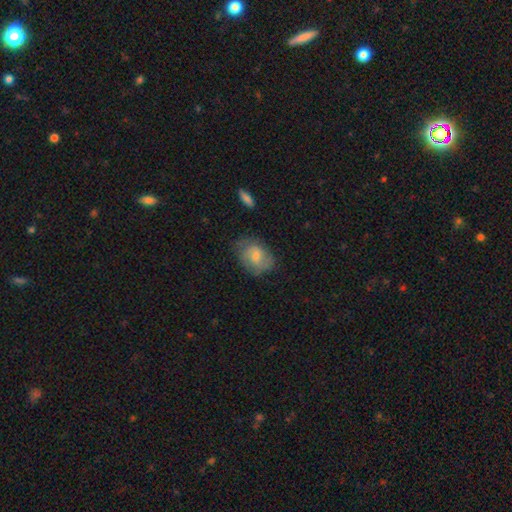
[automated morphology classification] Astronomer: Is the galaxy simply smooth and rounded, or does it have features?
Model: smooth — 53% (runner-up: featured or disk, 40%).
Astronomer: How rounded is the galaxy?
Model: in between — 58% (runner-up: round, 40%).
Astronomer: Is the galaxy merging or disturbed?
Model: none — 62%.